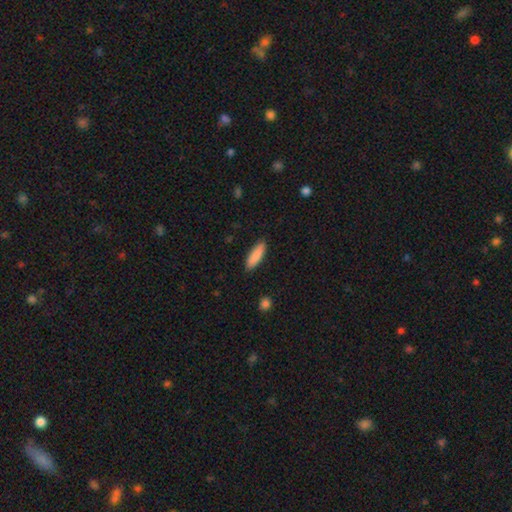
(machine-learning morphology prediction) Smooth or featured: smooth — 87% (featured or disk — 7%)
How rounded: cigar-shaped — 57% (in between — 42%)
Merging: none — 89% (minor disturbance — 8%)